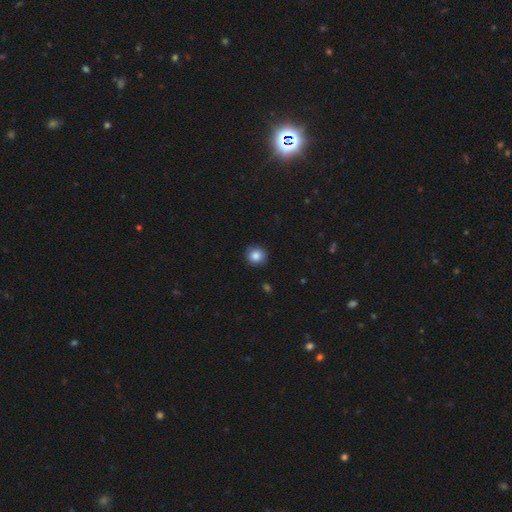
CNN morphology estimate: Smooth or featured? smooth (85%)
How rounded? round (92%)
Merging? none (88%)